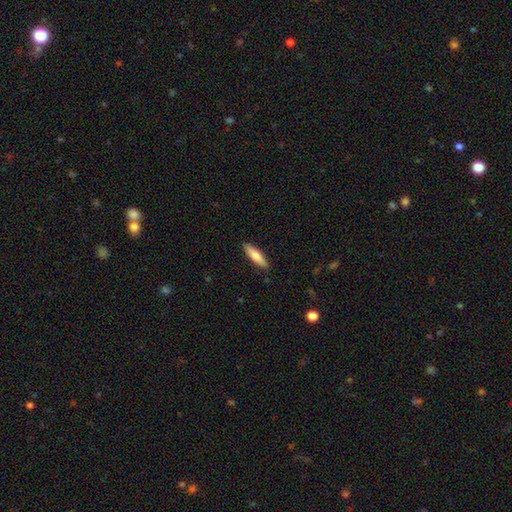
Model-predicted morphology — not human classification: This appears to be a smooth galaxy with no disk features (76%) that is cigar-shaped (70%). Merging: none (89%).